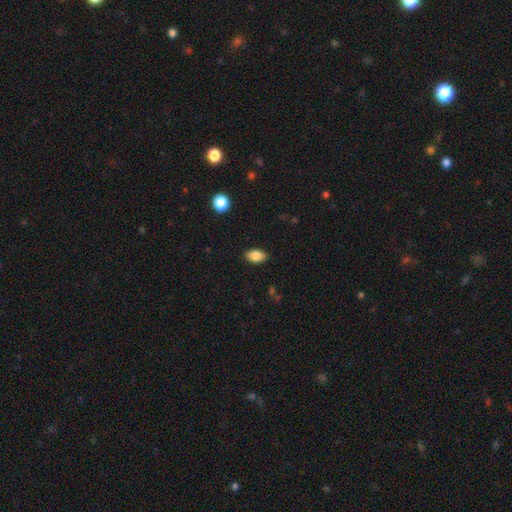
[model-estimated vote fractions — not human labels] A smooth galaxy with no disk features (84%) that is in between round and cigar-shaped (90%).

Vote fractions:
- Smooth or featured? smooth: 84% / star or artifact: 8% / featured or disk: 8%
- How rounded? in between: 90% / round: 8% / cigar-shaped: 2%
- Merging? none: 87% / minor disturbance: 10% / major disturbance: 2% / merger: 1%